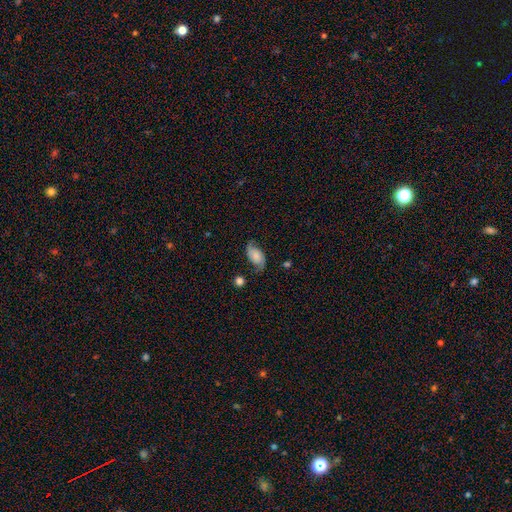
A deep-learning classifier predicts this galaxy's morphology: A featured or disk galaxy (66%) with no bar (66%), 2 (91%) loose (43%) spiral arms (94%) and a small central bulge (32%).

Vote fractions:
- Smooth or featured? featured or disk: 66% / smooth: 26% / star or artifact: 8%
- Edge-on disk? no: 96% / yes: 4%
- Bar? no: 66% / weak: 27% / strong: 7%
- Spiral arms? yes: 94% / no: 6%
- Spiral winding? loose: 43% / medium: 39% / tight: 18%
- Spiral arm count? 2: 91% / can't tell: 4% / 1: 2% / 3: 1% / 4: 1% / more than 4: 1%
- Bulge size? small: 32% / moderate: 26% / none: 24% / large: 14% / dominant: 5%
- Merging? none: 70% / minor disturbance: 20% / major disturbance: 7% / merger: 3%